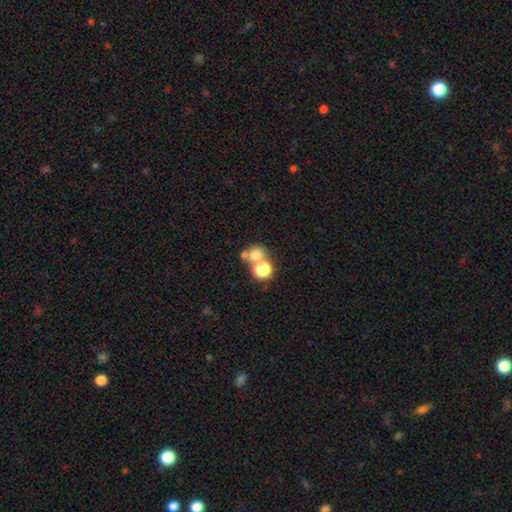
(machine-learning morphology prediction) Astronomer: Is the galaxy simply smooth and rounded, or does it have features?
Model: smooth — 67%.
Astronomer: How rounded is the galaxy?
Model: round — 77%.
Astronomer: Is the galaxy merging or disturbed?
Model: none — 46% (runner-up: merger, 42%).